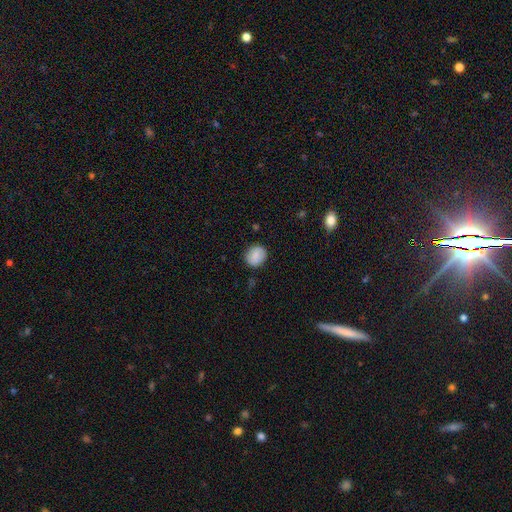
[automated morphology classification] Q: Smooth or featured?
A: smooth (81%); runner-up: featured or disk (11%)
Q: How rounded?
A: round (76%); runner-up: in between (23%)
Q: Merging?
A: none (85%); runner-up: minor disturbance (11%)